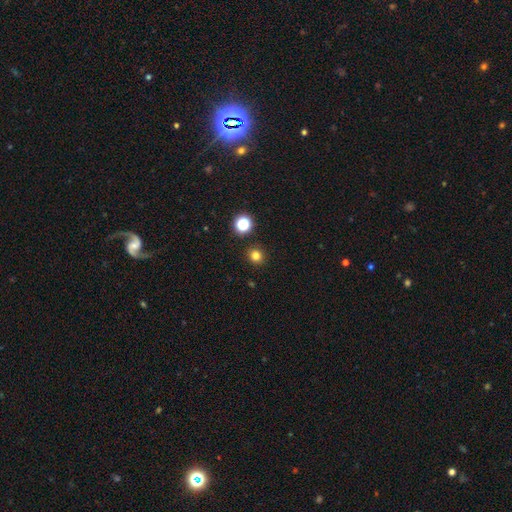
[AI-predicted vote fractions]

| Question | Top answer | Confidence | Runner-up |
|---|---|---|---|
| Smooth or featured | smooth | 79% | star or artifact (16%) |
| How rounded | round | 90% | in between (9%) |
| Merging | none | 91% | minor disturbance (5%) |